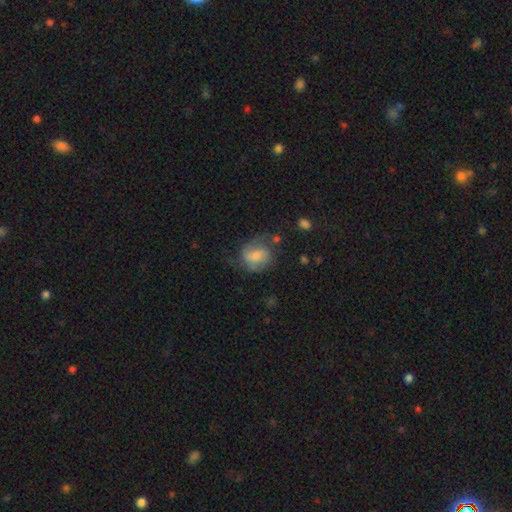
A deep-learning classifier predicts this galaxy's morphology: Smooth or featured? Predicted: smooth (p=0.53). How rounded? Predicted: round (p=0.63). Merging? Predicted: none (p=0.45).